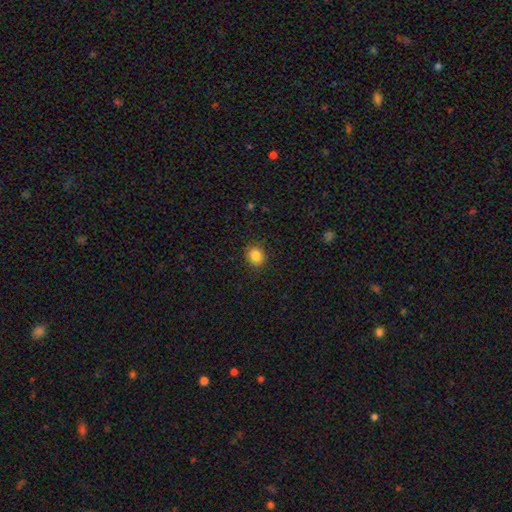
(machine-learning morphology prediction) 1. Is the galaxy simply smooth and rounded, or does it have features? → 86% smooth, 10% star or artifact, 4% featured or disk.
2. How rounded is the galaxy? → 69% round, 31% in between, 1% cigar-shaped.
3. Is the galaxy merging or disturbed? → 89% none, 7% minor disturbance, 2% major disturbance, 1% merger.